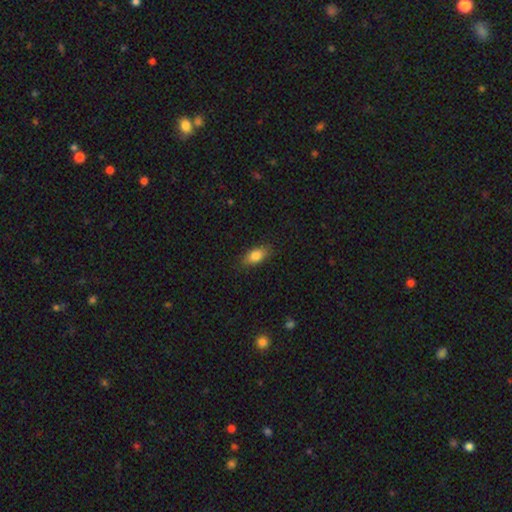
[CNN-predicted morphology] Smooth or featured: smooth — 83% (featured or disk — 9%)
How rounded: in between — 86% (cigar-shaped — 8%)
Merging: none — 83% (minor disturbance — 13%)